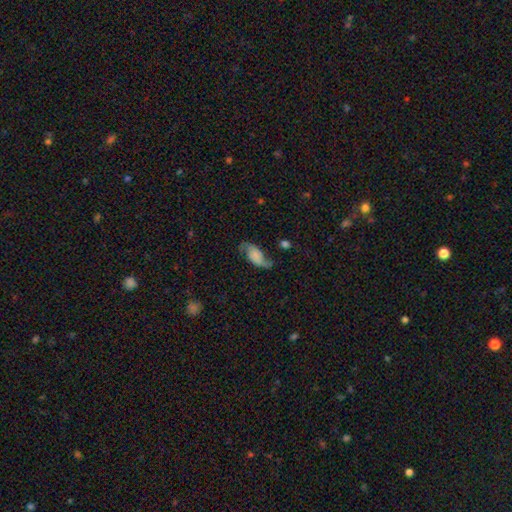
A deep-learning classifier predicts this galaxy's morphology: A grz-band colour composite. It shows a featured or disk galaxy (57%) with no bar (66%), spiral arms (91%) and no central bulge (48%). Merging: none (57%).